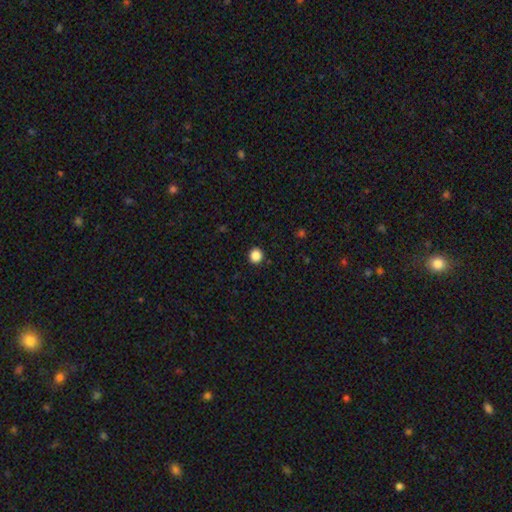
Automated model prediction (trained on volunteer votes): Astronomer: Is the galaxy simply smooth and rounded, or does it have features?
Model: smooth — 87%.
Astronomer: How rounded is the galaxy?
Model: round — 92%.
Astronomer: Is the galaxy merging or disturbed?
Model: none — 93%.